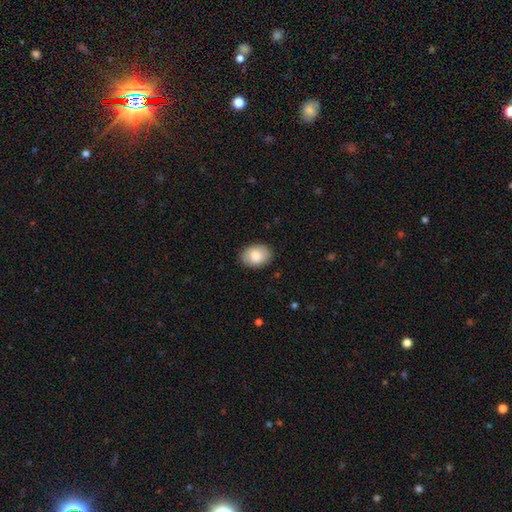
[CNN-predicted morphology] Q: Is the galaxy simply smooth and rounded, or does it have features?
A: smooth — 82%.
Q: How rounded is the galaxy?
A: in between — 76%.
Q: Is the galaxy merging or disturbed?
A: none — 87%.